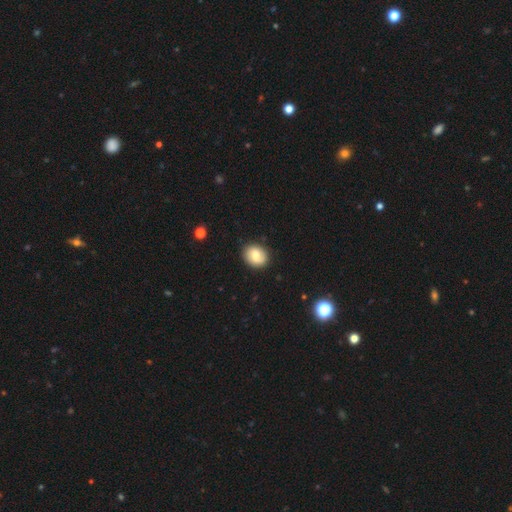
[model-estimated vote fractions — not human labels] Smooth or featured?
  - smooth: 63% *
  - featured or disk: 29%
  - star or artifact: 8%
How rounded?
  - round: 52% *
  - in between: 47%
  - cigar-shaped: 1%
Merging?
  - none: 86% *
  - minor disturbance: 10%
  - major disturbance: 3%
  - merger: 1%